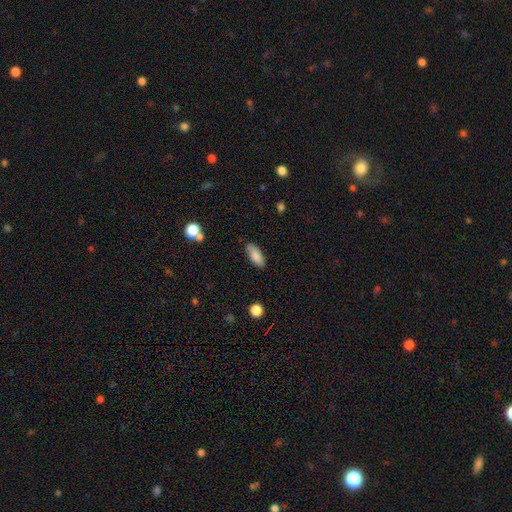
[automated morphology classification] A smooth galaxy with no disk features (85%) that is in between round and cigar-shaped (81%). Merging: none (78%).